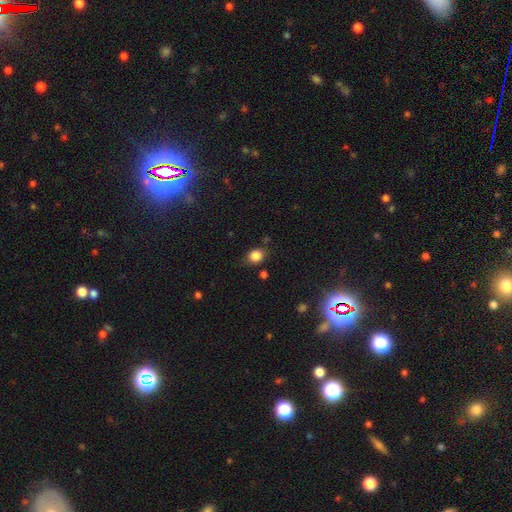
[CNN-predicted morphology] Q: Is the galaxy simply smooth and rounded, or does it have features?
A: smooth — 84%.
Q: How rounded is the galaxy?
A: round — 58%.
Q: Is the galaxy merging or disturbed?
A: none — 74%.